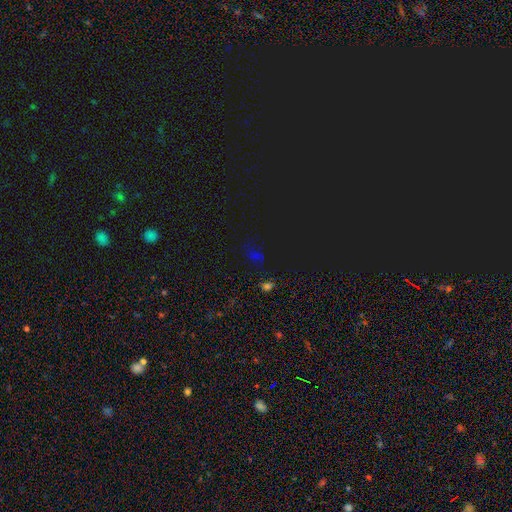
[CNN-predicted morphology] A star or artifact, not a galaxy (63%).